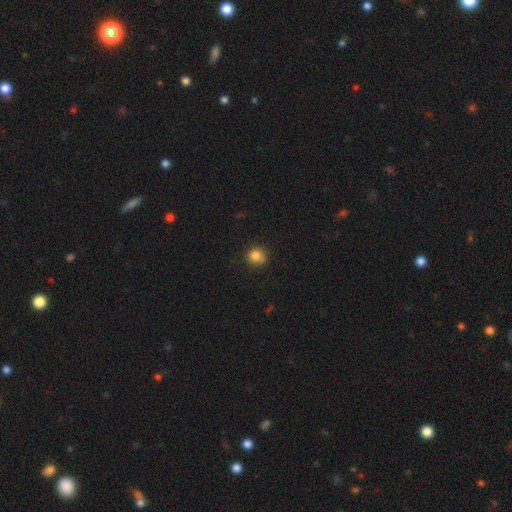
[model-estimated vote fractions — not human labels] A smooth galaxy with no disk features (84%) that is round (88%). Merging: none (76%).